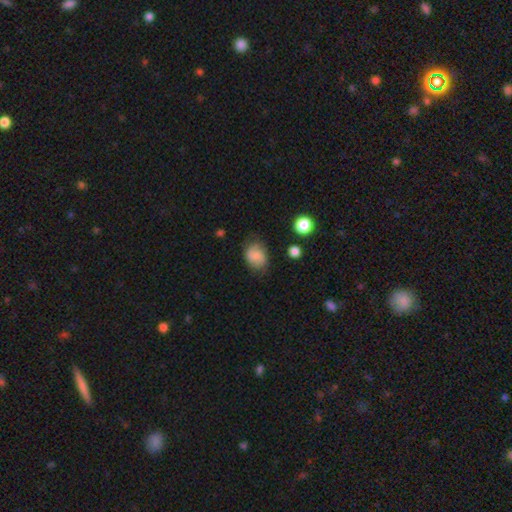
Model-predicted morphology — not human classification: smooth_or_featured: smooth (p=0.76) [alt: featured or disk p=0.15]
how_rounded: in between (p=0.61) [alt: round p=0.38]
merging: none (p=0.70) [alt: minor disturbance p=0.22]